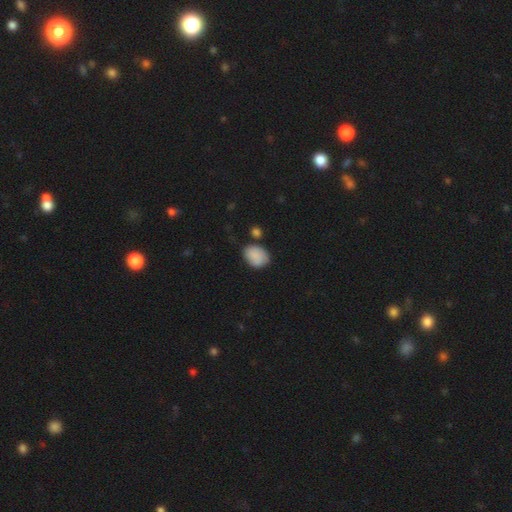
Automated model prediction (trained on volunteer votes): A smooth galaxy with no disk features (85%) that is in between round and cigar-shaped (67%).

Vote fractions:
- Smooth or featured? smooth: 85% / featured or disk: 8% / star or artifact: 7%
- How rounded? in between: 67% / round: 32% / cigar-shaped: 1%
- Merging? none: 64% / minor disturbance: 23% / merger: 8% / major disturbance: 5%